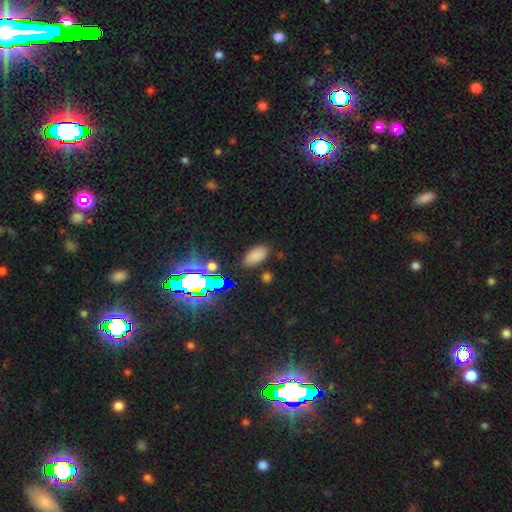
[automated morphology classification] Q: Smooth or featured?
A: smooth (75%); runner-up: star or artifact (19%)
Q: How rounded?
A: in between (94%); runner-up: round (4%)
Q: Merging?
A: none (85%); runner-up: minor disturbance (9%)